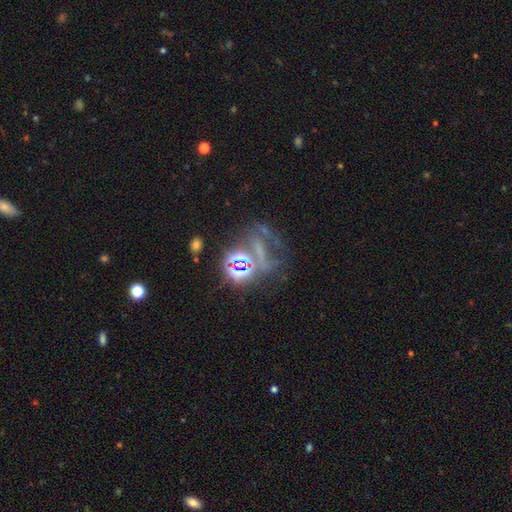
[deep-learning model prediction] Morphology: type=star or artifact (64%).